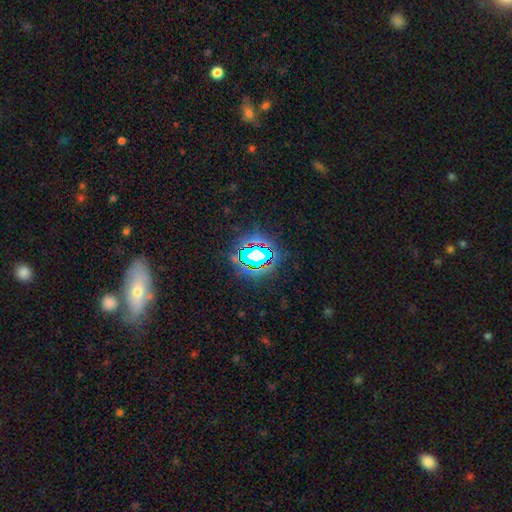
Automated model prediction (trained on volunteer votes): Q: Smooth or featured?
A: star or artifact (69%); runner-up: smooth (18%)